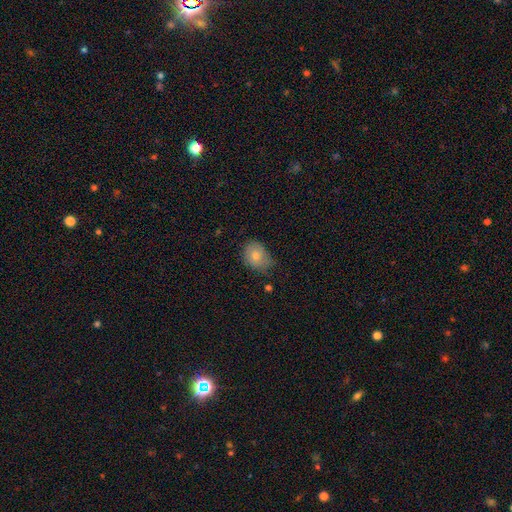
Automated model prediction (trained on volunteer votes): The model was most divided on "how rounded": in between: 53%, round: 46%, cigar-shaped: 1%. More confident: smooth or featured — smooth (73%); merging — none (59%).